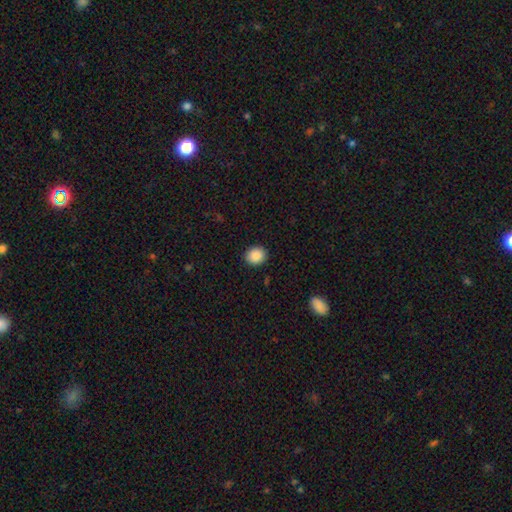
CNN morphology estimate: Smooth or featured?
  - smooth: 89% *
  - star or artifact: 8%
  - featured or disk: 3%
How rounded?
  - round: 74% *
  - in between: 25%
  - cigar-shaped: 1%
Merging?
  - none: 91% *
  - minor disturbance: 6%
  - major disturbance: 2%
  - merger: 1%